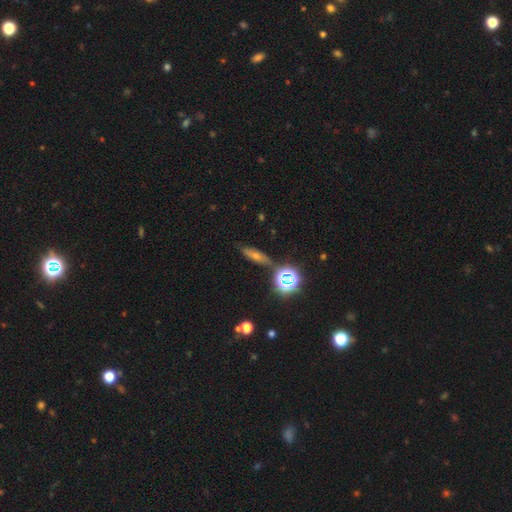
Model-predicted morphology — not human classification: star or artifact 36%, smooth 34%, featured or disk 30%.